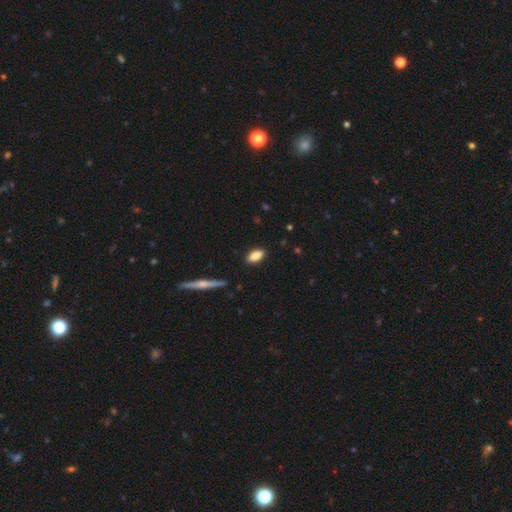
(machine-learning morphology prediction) Q: Smooth or featured?
A: smooth (86%); runner-up: featured or disk (7%)
Q: How rounded?
A: in between (86%); runner-up: cigar-shaped (10%)
Q: Merging?
A: none (88%); runner-up: minor disturbance (9%)